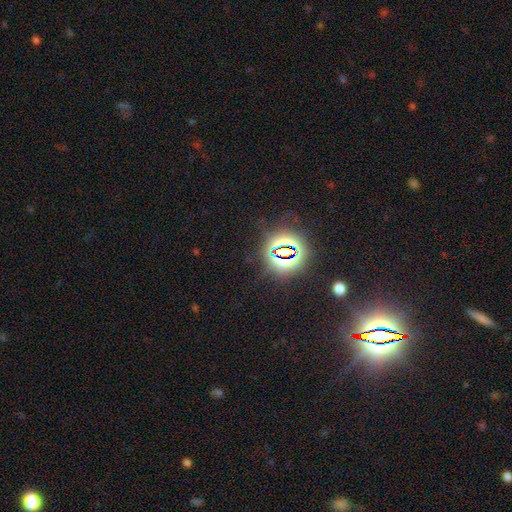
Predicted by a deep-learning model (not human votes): Morphology: type=star or artifact (83%).